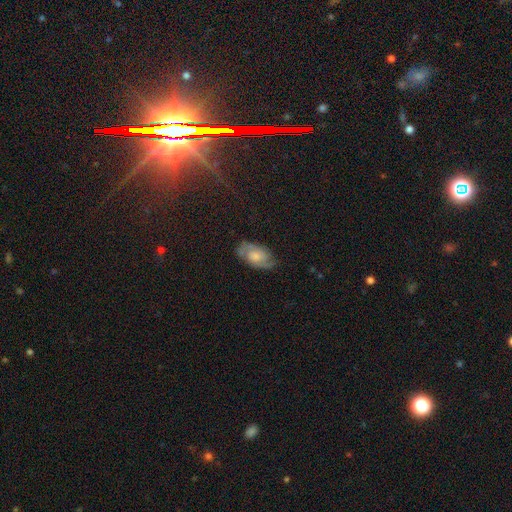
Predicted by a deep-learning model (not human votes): Morphology: type=featured or disk (62%); edge-on=no (95%); bar=no (68%); spiral arms=yes (87%); winding=medium (46%); arm count=2 (78%); bulge=moderate (38%); merging=none (72%).